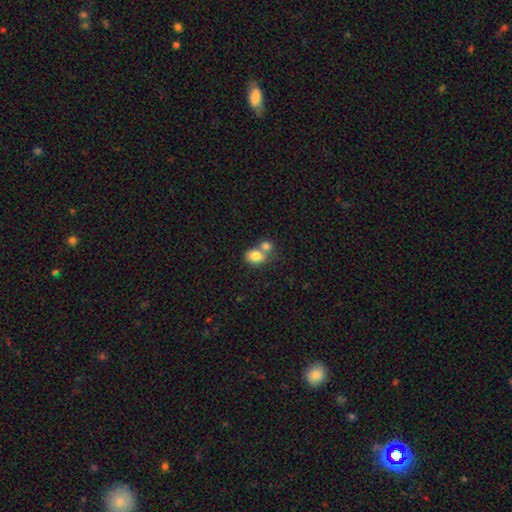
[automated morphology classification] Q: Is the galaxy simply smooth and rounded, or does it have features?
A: smooth — 80%.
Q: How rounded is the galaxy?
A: in between — 57%.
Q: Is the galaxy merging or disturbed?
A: merger — 55%.